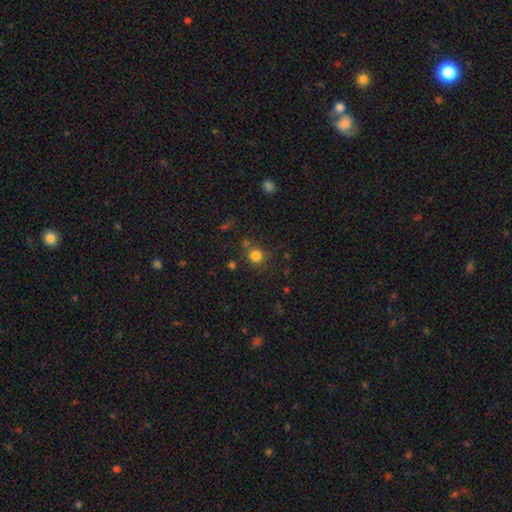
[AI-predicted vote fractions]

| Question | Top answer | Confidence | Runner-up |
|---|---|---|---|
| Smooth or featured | smooth | 80% | star or artifact (14%) |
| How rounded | round | 91% | in between (8%) |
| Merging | none | 74% | minor disturbance (12%) |